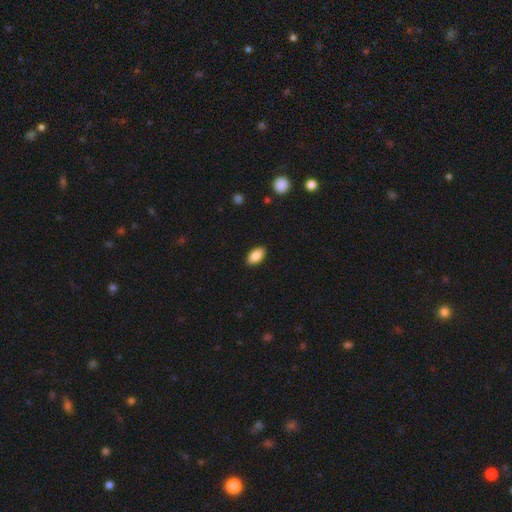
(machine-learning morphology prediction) Overall: smooth (87%). How rounded: in between (93%). Merging: none (89%).